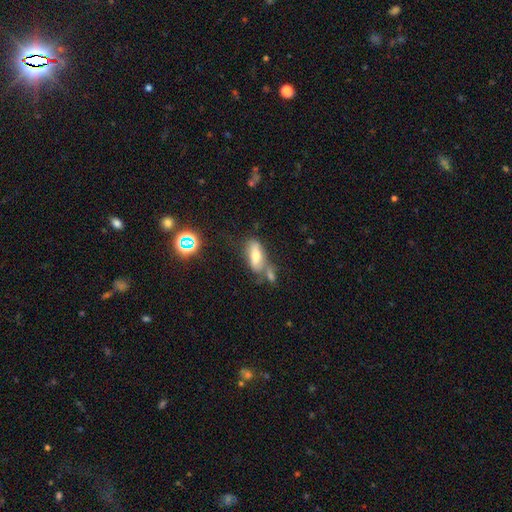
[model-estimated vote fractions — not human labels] A smooth galaxy with no disk features (61%) that is in between round and cigar-shaped (81%). Merging: none (43%).